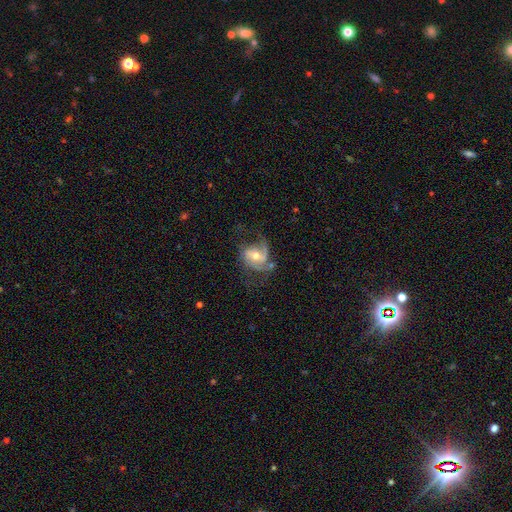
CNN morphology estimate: This is clearly a featured or disk galaxy (80%). It is clearly not viewed edge-on (97%). Bar: possibly no (47%). Spiral arm pattern: clearly yes (92%). Spiral arm count: possibly 2 (54%). Spiral winding: marginally medium (44%). Central bulge: likely moderate (67%). Merging: marginally none (45%).